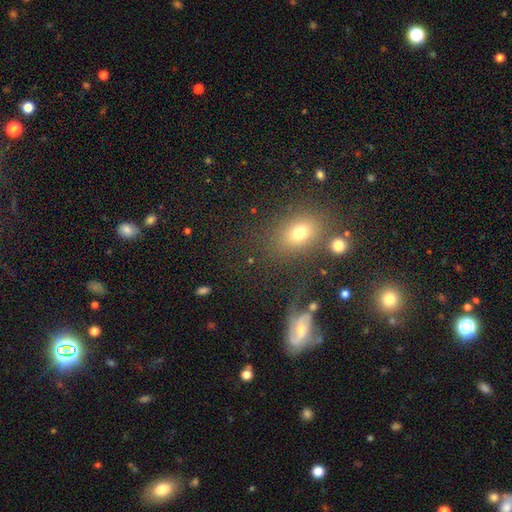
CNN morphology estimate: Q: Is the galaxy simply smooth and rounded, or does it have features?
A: smooth — 54%.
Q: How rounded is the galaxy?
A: in between — 61%.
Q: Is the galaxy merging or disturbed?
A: none — 77%.